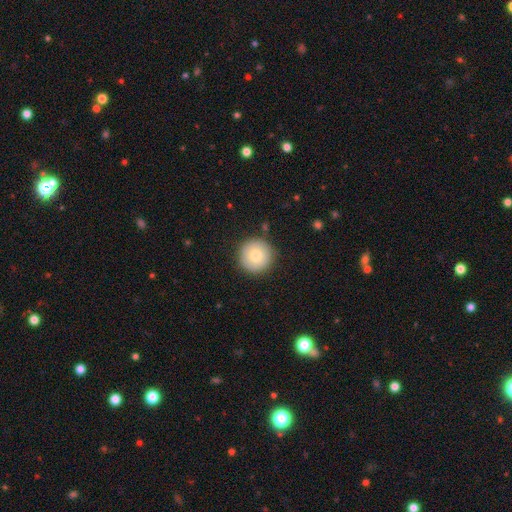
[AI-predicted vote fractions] This is likely a smooth galaxy (80%). How rounded: clearly round (97%). Merging: clearly none (90%).